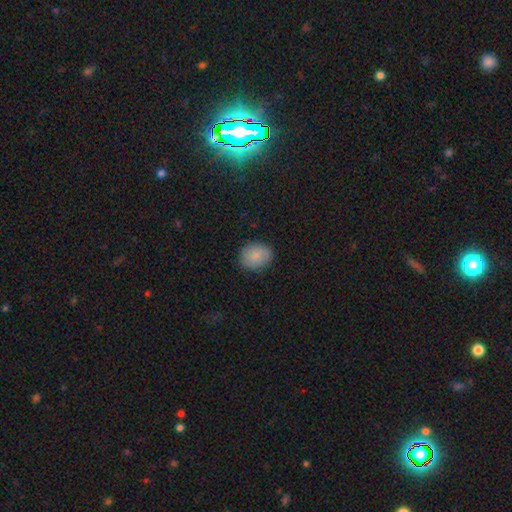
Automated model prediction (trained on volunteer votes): This appears to be a smooth galaxy with no disk features (85%) that is round (57%). Merging: none (86%).